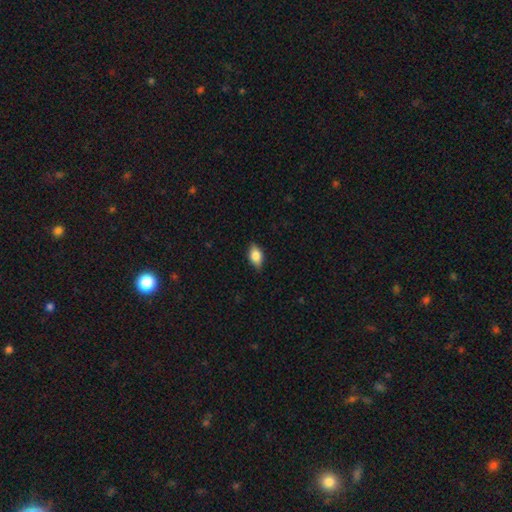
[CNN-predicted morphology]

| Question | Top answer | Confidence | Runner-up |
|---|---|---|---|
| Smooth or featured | smooth | 76% | featured or disk (16%) |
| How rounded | in between | 86% | round (9%) |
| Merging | none | 84% | minor disturbance (13%) |